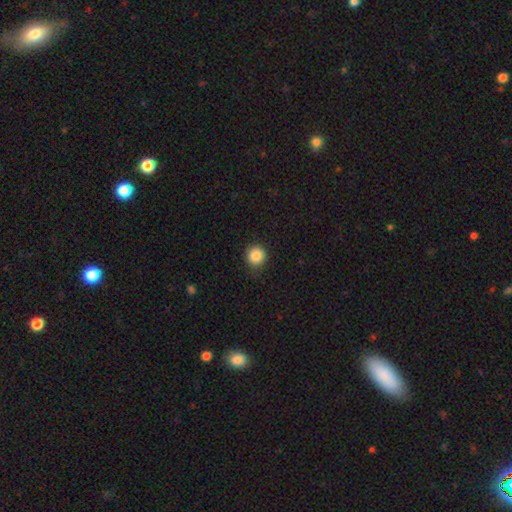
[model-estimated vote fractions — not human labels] Smooth or featured: smooth — 86% (star or artifact — 10%)
How rounded: round — 92% (in between — 7%)
Merging: none — 83% (minor disturbance — 13%)